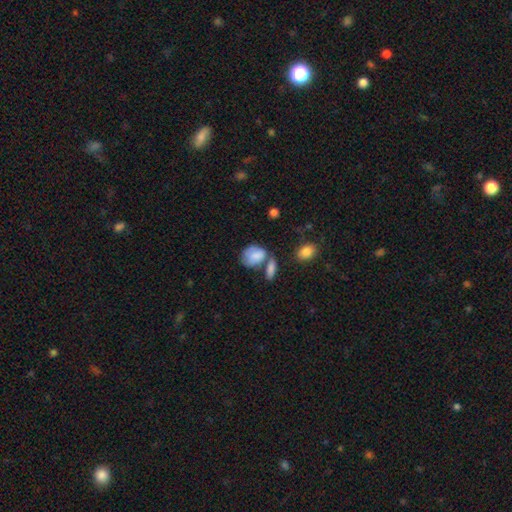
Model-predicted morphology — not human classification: This is likely a smooth galaxy (77%). How rounded: likely in between (68%). Merging: marginally none (37%).